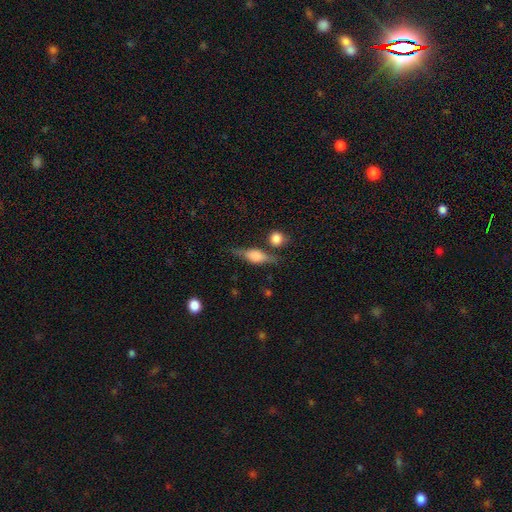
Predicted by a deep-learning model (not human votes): Smooth or featured? Predicted: featured or disk (p=0.55). Edge-on disk? Predicted: yes (p=0.92). Edge-on bulge? Predicted: rounded (p=0.81). Merging? Predicted: none (p=0.70).